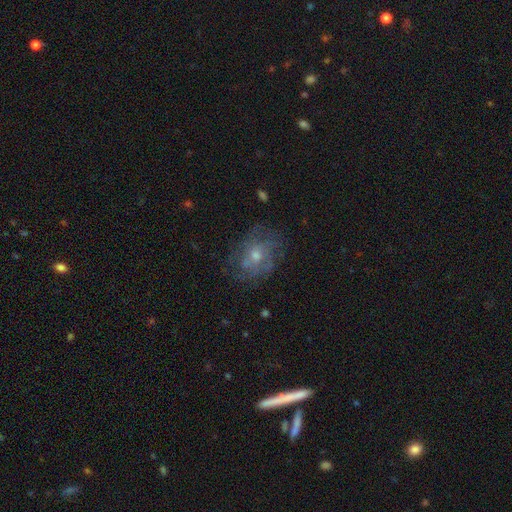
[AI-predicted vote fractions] Smooth or featured: featured or disk — 67% (smooth — 23%)
Edge-on disk: no — 97% (yes — 3%)
Bar: no — 79% (weak — 18%)
Spiral arms: yes — 74% (no — 26%)
Bulge size: moderate — 53% (small — 40%)
Merging: none — 67% (minor disturbance — 19%)